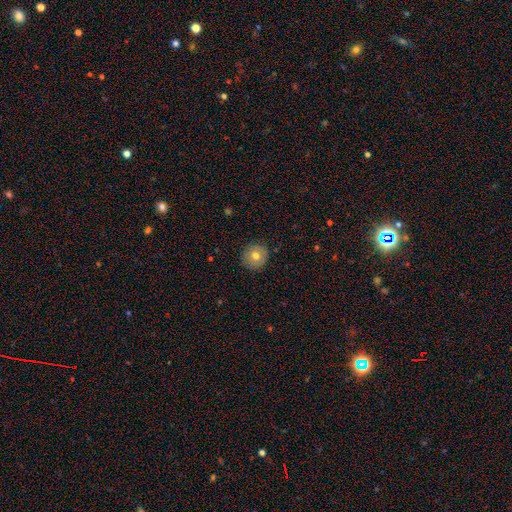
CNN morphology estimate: type=smooth (72%); roundness=round (93%); merging=none (89%).